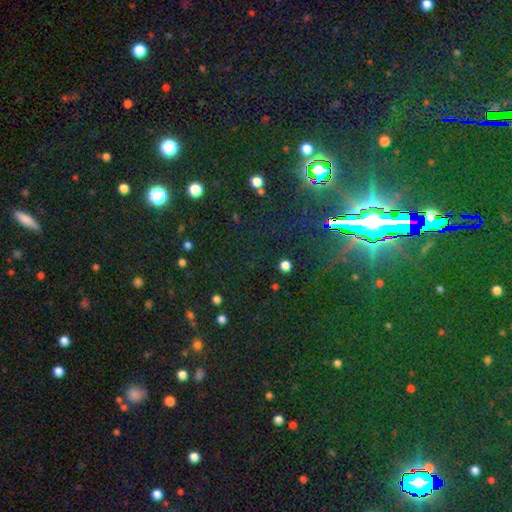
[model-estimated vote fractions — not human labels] Q: Smooth or featured?
A: star or artifact (82%); runner-up: smooth (10%)